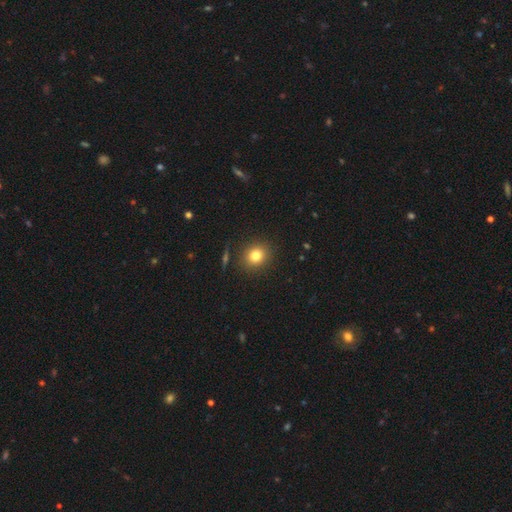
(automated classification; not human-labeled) Smooth or featured? smooth (80%)
How rounded? round (78%)
Merging? none (89%)